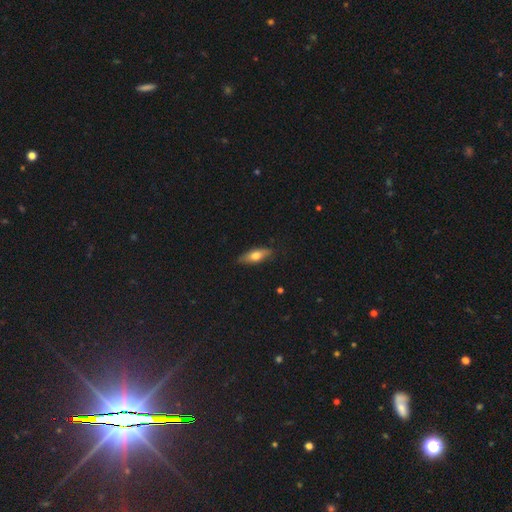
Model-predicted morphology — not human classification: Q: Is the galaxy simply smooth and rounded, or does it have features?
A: smooth — 63%.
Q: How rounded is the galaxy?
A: in between — 57%.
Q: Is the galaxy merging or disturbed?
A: none — 85%.